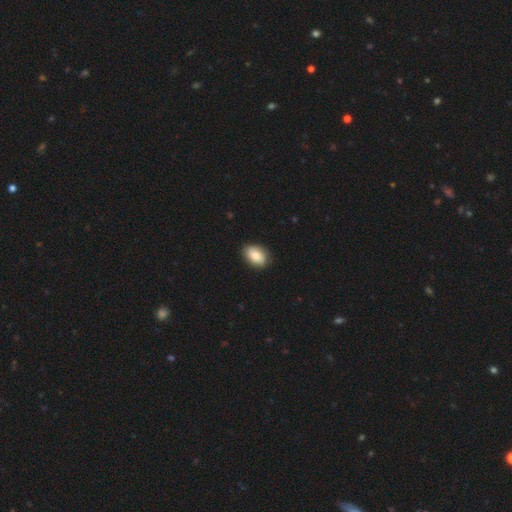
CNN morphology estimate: smooth_or_featured: smooth (p=0.81) [alt: featured or disk p=0.12]
how_rounded: in between (p=0.85) [alt: round p=0.14]
merging: none (p=0.85) [alt: minor disturbance p=0.12]